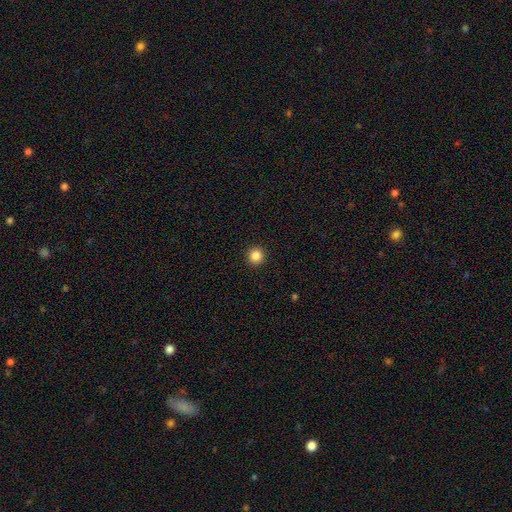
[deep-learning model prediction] smooth 86%, star or artifact 11%, featured or disk 3%. Down the decision tree: how rounded — round (95%); merging — none (93%).